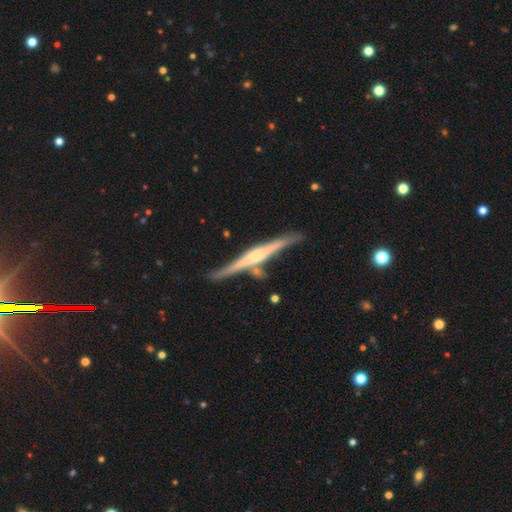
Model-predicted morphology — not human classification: This is likely a featured or disk galaxy (75%). It is clearly viewed edge-on (98%). Edge-on bulge: possibly rounded (57%). Merging: likely none (74%).